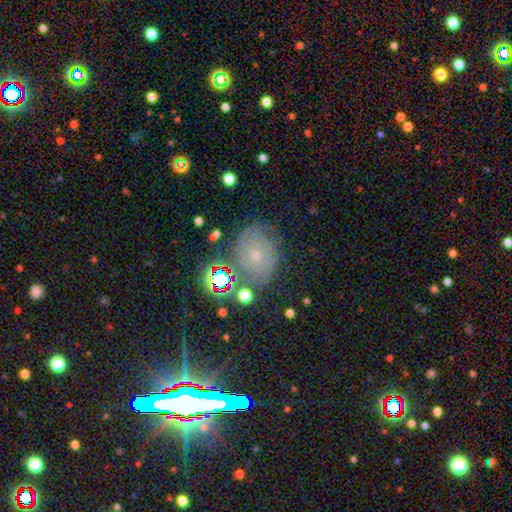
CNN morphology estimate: The model was most divided on "smooth or featured": featured or disk: 51%, smooth: 27%, star or artifact: 21%. More confident: edge-on disk — no (96%); merging — none (67%).